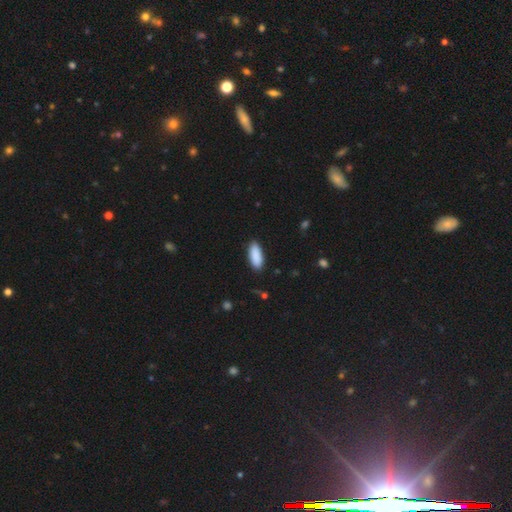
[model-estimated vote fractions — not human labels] The model was most divided on "how rounded": in between: 79%, cigar-shaped: 19%, round: 2%. More confident: smooth or featured — smooth (90%); merging — none (88%).